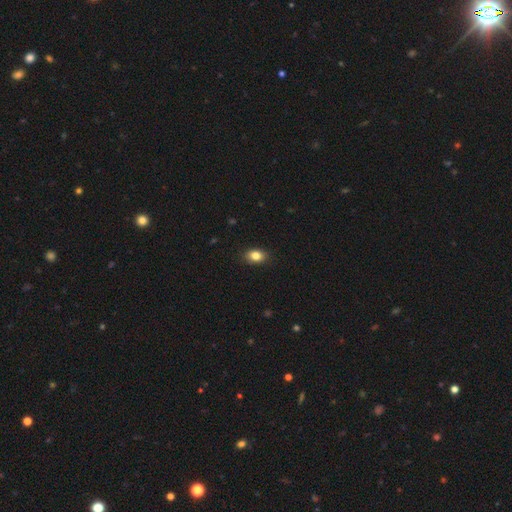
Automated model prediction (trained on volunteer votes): Smooth or featured?
  - smooth: 84% *
  - star or artifact: 9%
  - featured or disk: 7%
How rounded?
  - in between: 74% *
  - round: 24%
  - cigar-shaped: 1%
Merging?
  - none: 88% *
  - minor disturbance: 9%
  - major disturbance: 2%
  - merger: 1%